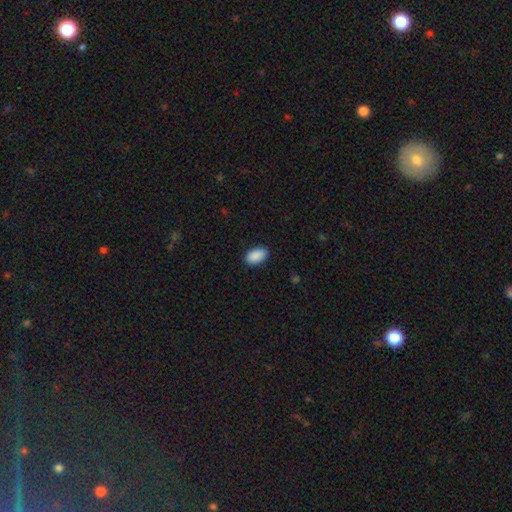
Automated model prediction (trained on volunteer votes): This is clearly a smooth galaxy (91%). How rounded: clearly in between (94%). Merging: clearly none (89%).